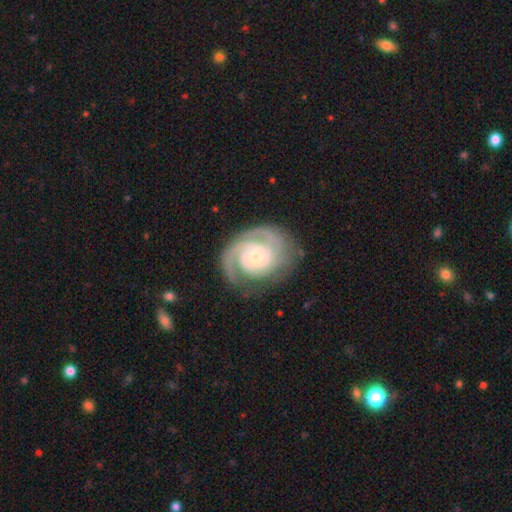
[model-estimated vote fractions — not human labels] This is clearly a featured or disk galaxy (90%). It is clearly not viewed edge-on (98%). Bar: possibly no (58%). Spiral arm pattern: clearly yes (98%). Spiral arm count: possibly 2 (53%). Spiral winding: likely tight (71%). Central bulge: likely small (66%). Merging: likely none (73%).